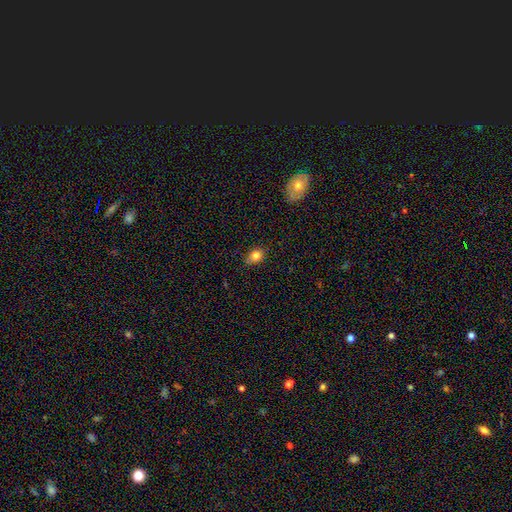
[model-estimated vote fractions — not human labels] This appears to be a smooth galaxy with no disk features (81%) that is in between round and cigar-shaped (58%). Merging: none (79%).